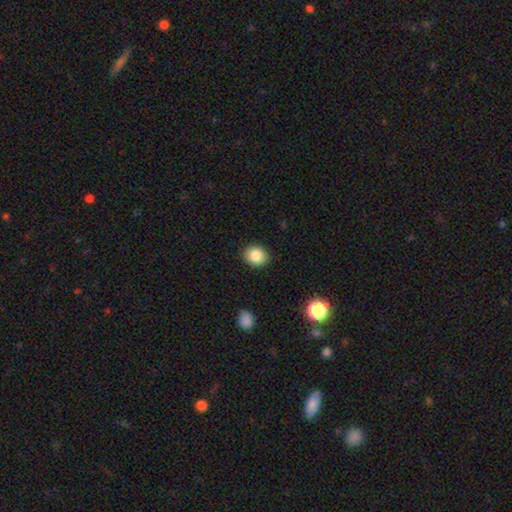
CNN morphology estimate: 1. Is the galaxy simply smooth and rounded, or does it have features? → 85% smooth, 9% star or artifact, 6% featured or disk.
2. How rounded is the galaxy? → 69% round, 30% in between, 1% cigar-shaped.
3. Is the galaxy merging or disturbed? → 90% none, 7% minor disturbance, 2% major disturbance, 1% merger.